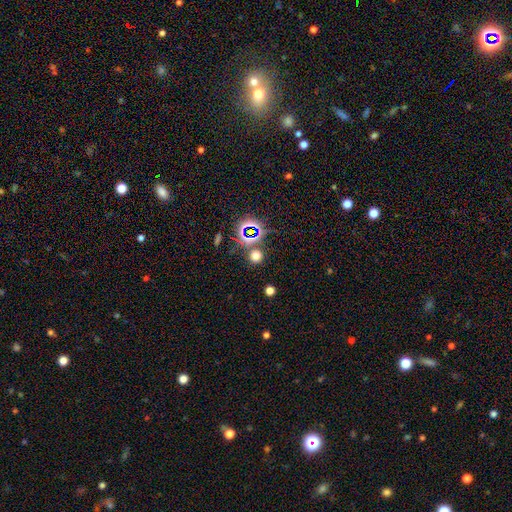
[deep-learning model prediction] Morphology: type=smooth (62%); roundness=round (90%); merging=none (80%).